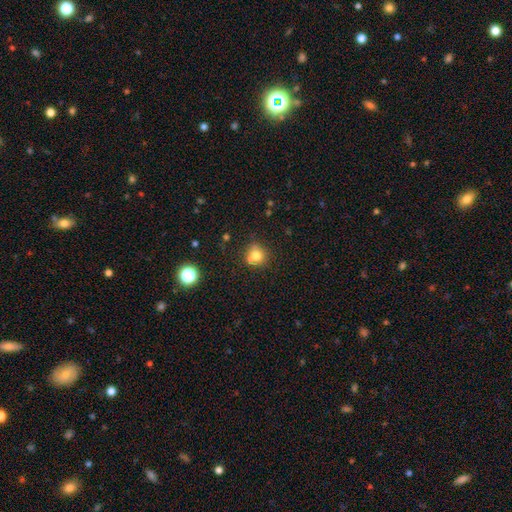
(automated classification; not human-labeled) Smooth or featured? smooth (73%)
How rounded? round (86%)
Merging? none (58%)